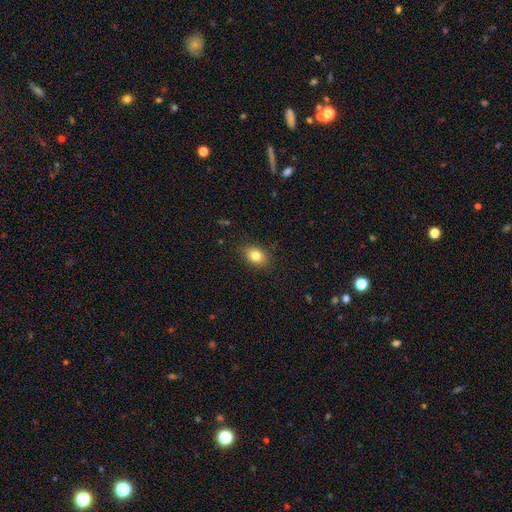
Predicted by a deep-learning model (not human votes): Smooth or featured: smooth — 82% (star or artifact — 9%)
How rounded: in between — 75% (round — 24%)
Merging: none — 87% (minor disturbance — 10%)